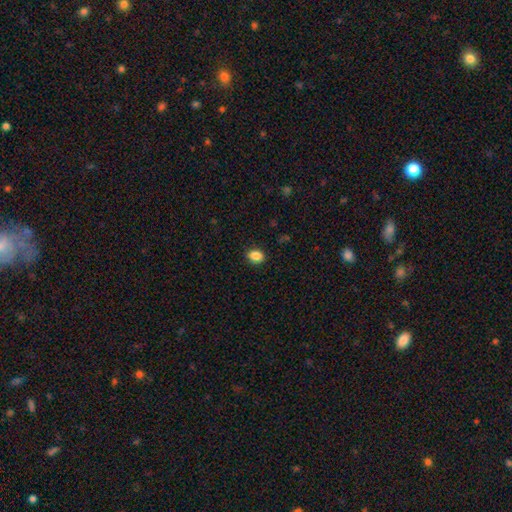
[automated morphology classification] smooth 87%, star or artifact 9%, featured or disk 4%. Down the decision tree: how rounded — in between (63%); merging — none (88%).